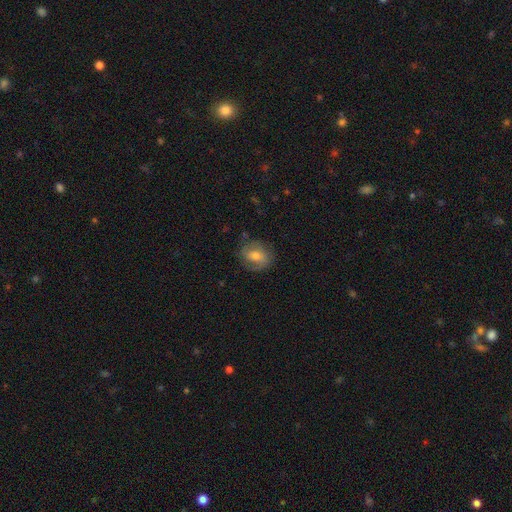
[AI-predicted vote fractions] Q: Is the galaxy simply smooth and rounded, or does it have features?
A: smooth — 47%.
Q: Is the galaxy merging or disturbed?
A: none — 70%.